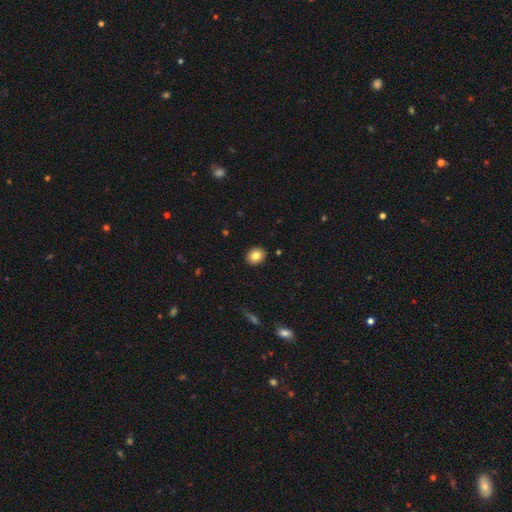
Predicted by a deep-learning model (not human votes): Overall: smooth (82%). How rounded: round (55%; in between 44%). Merging: none (91%).